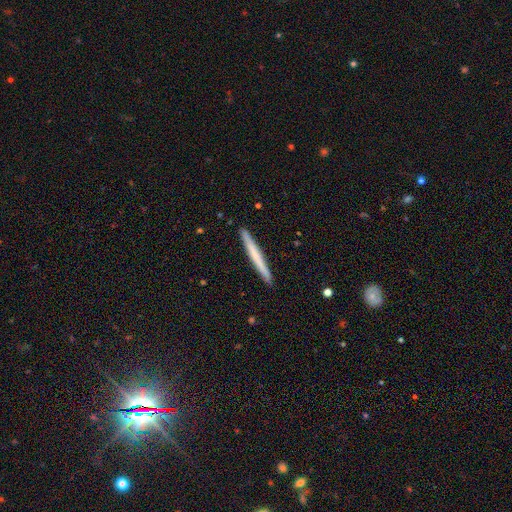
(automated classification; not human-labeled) smooth-or-featured: smooth: 59% | featured or disk: 36% | star or artifact: 6%
  how-rounded: cigar-shaped: 97% | in between: 2% | round: 1%
  merging: none: 92% | minor disturbance: 5% | major disturbance: 1% | merger: 1%